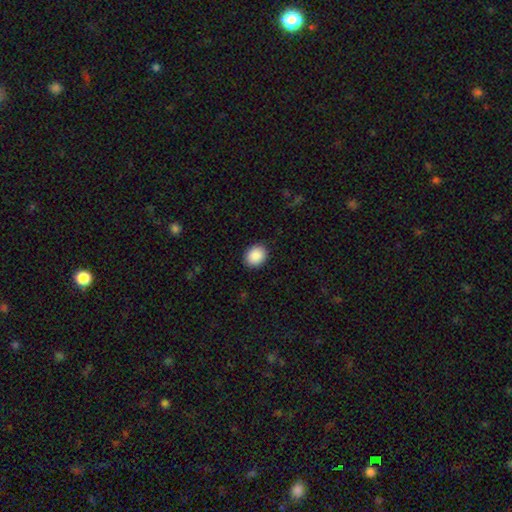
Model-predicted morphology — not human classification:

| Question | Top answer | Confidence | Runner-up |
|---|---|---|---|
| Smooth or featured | smooth | 90% | star or artifact (8%) |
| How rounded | round | 54% | in between (45%) |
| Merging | none | 90% | minor disturbance (7%) |